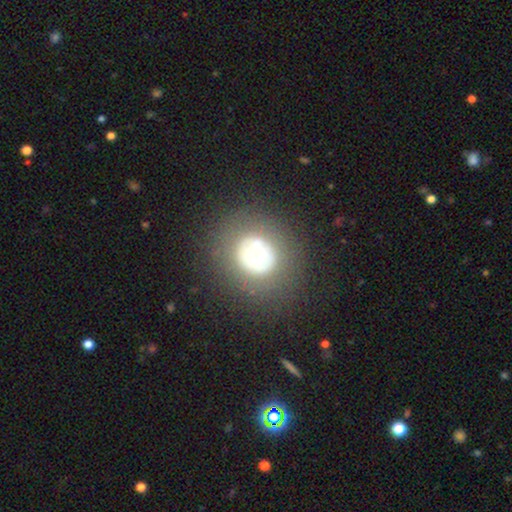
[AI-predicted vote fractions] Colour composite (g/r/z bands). It shows a smooth galaxy with no disk features (48%). Merging: none (78%).